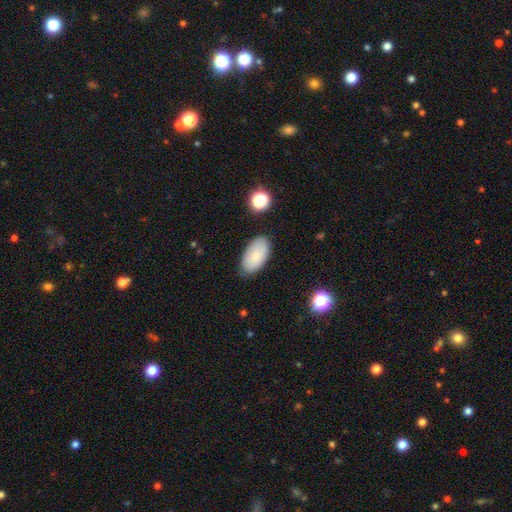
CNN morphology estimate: A smooth galaxy with no disk features (82%) that is in between round and cigar-shaped (95%). Merging: none (82%).